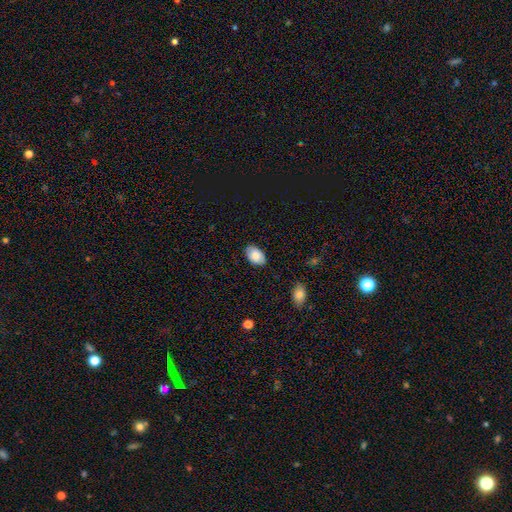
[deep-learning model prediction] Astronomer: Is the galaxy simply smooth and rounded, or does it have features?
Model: smooth — 84%.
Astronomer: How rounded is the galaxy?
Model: in between — 92%.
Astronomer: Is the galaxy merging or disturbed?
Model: none — 85%.